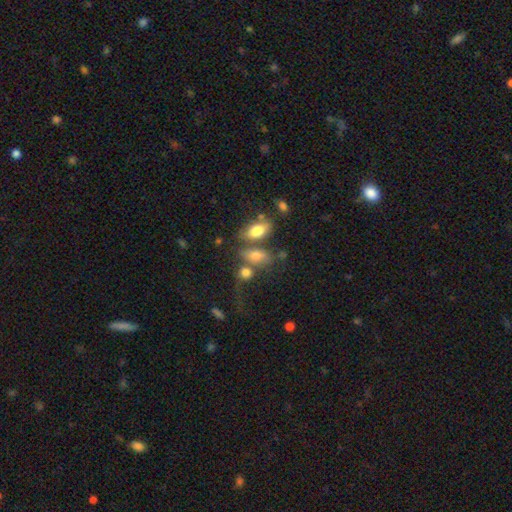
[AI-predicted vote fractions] Smooth or featured: smooth — 74% (featured or disk — 15%)
How rounded: in between — 81% (round — 12%)
Merging: none — 40% (merger — 35%)